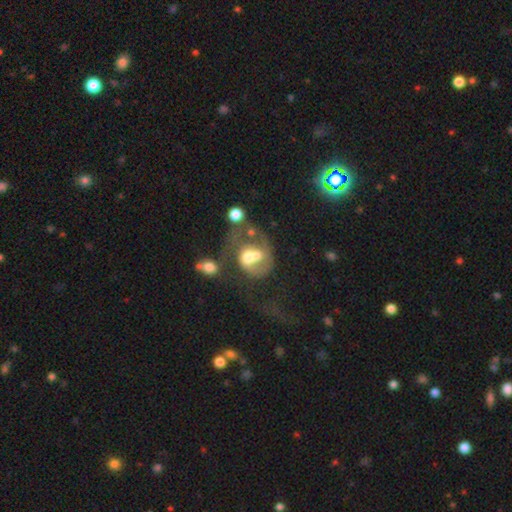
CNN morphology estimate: type=featured or disk (56%); edge-on=no (97%); bar=no (77%); spiral arms=no (60%); bulge=moderate (54%); merging=merger (51%).